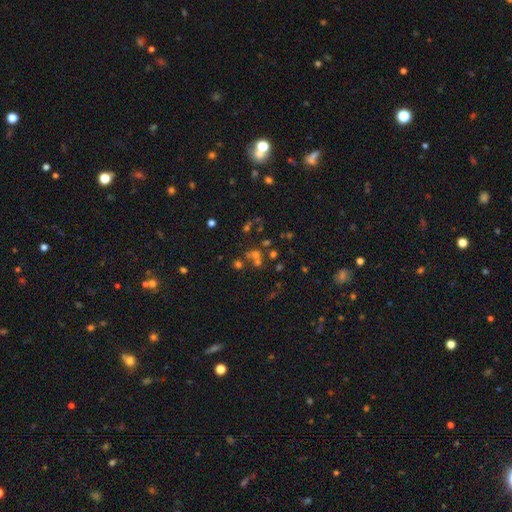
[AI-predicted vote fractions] Smooth or featured? Predicted: smooth (p=0.40, tied with star or artifact). Merging? Predicted: none (p=0.48).